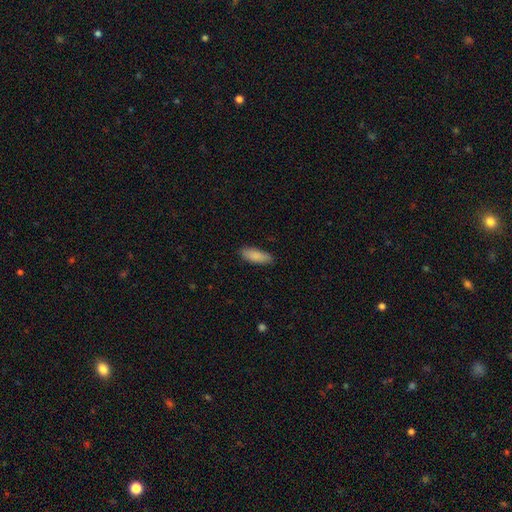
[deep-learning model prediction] Q: Smooth or featured?
A: smooth (88%); runner-up: star or artifact (6%)
Q: How rounded?
A: in between (66%); runner-up: cigar-shaped (32%)
Q: Merging?
A: none (85%); runner-up: minor disturbance (11%)